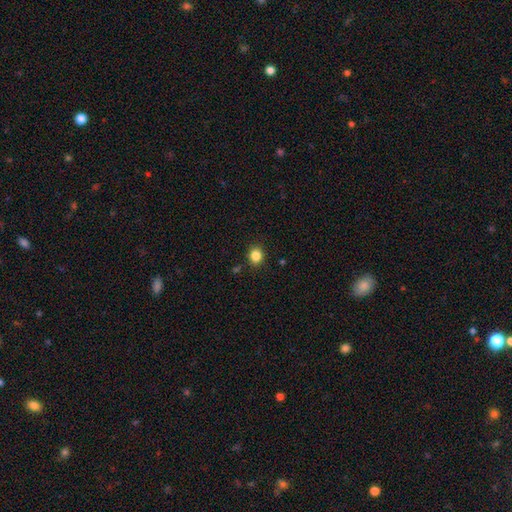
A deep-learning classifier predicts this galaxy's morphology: Q: Smooth or featured?
A: smooth (85%); runner-up: star or artifact (11%)
Q: How rounded?
A: round (68%); runner-up: in between (31%)
Q: Merging?
A: none (88%); runner-up: minor disturbance (8%)